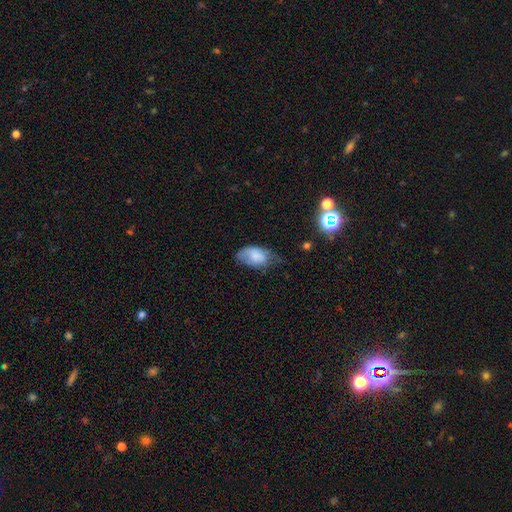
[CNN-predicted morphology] Smooth or featured? Predicted: smooth (p=0.74). How rounded? Predicted: in between (p=0.92). Merging? Predicted: minor disturbance (p=0.41).